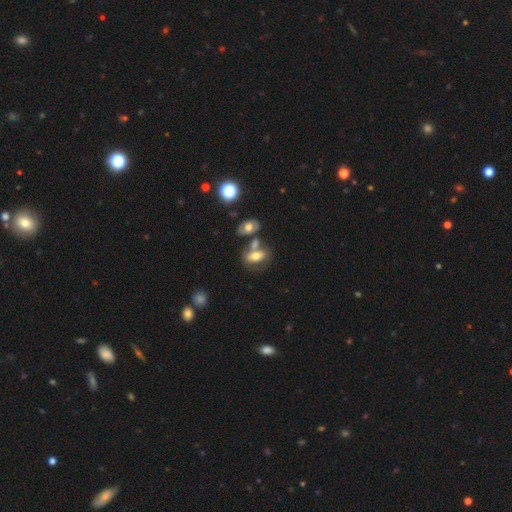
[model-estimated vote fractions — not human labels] Smooth or featured? Predicted: smooth (p=0.57). How rounded? Predicted: in between (p=0.83). Merging? Predicted: none (p=0.43).